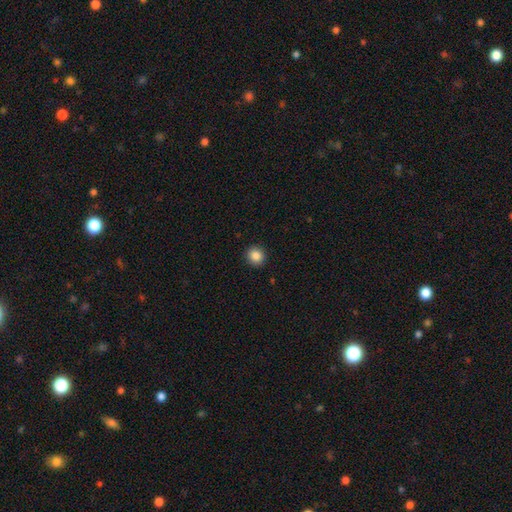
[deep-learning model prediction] smooth-or-featured: smooth: 87% | star or artifact: 10% | featured or disk: 4%
  how-rounded: round: 90% | in between: 9% | cigar-shaped: 1%
  merging: none: 92% | minor disturbance: 5% | major disturbance: 2% | merger: 1%